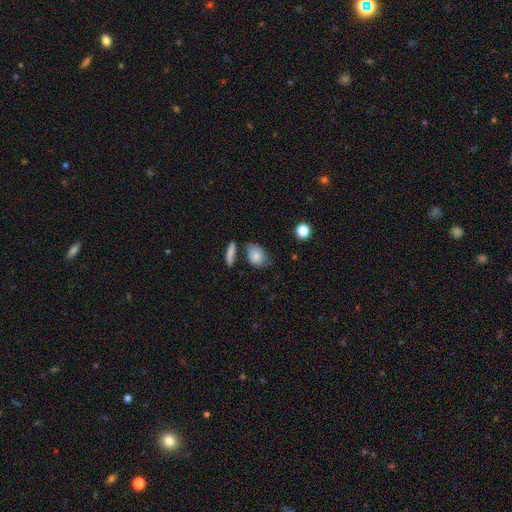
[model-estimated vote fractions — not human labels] Smooth or featured: smooth — 79% (featured or disk — 13%)
How rounded: in between — 66% (round — 31%)
Merging: none — 53% (minor disturbance — 25%)